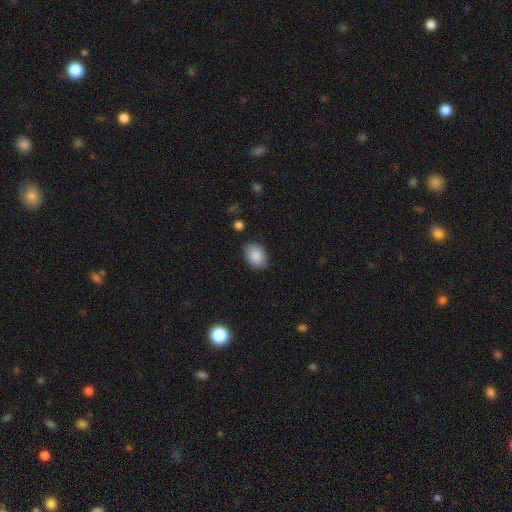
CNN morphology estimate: Overall: smooth (88%). How rounded: in between (81%). Merging: none (85%).